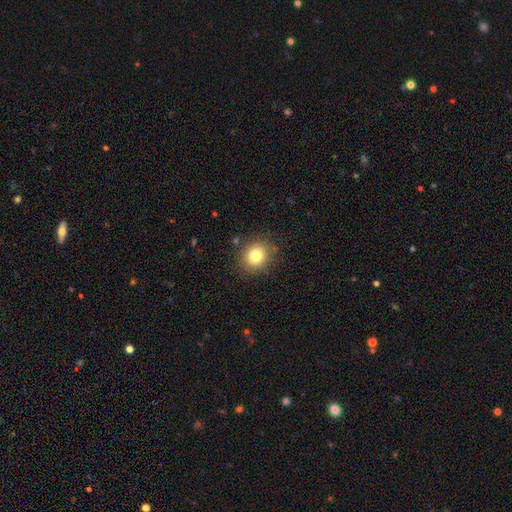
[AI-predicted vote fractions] A smooth galaxy with no disk features (81%) that is round (72%).

Vote fractions:
- Smooth or featured? smooth: 81% / star or artifact: 11% / featured or disk: 8%
- How rounded? round: 72% / in between: 27% / cigar-shaped: 1%
- Merging? none: 85% / minor disturbance: 10% / major disturbance: 3% / merger: 2%